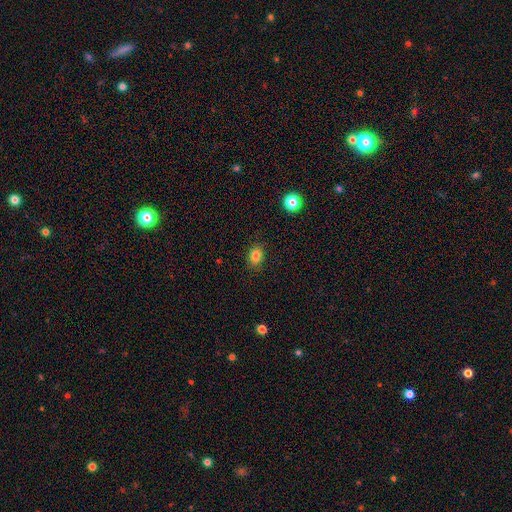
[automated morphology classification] Overall: smooth (83%). How rounded: in between (65%; round 34%). Merging: none (85%).